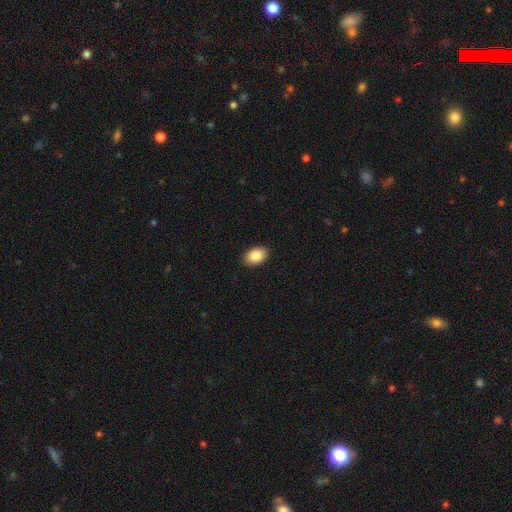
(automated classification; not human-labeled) Overall: smooth (87%). How rounded: in between (87%). Merging: none (90%).